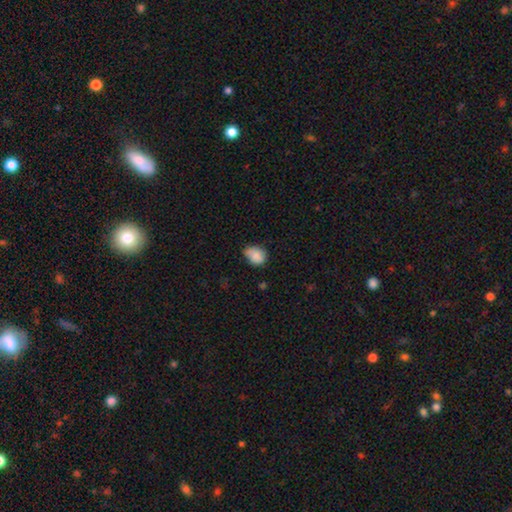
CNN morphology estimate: This is clearly a smooth galaxy (82%). How rounded: possibly in between (51%). Merging: possibly none (49%).